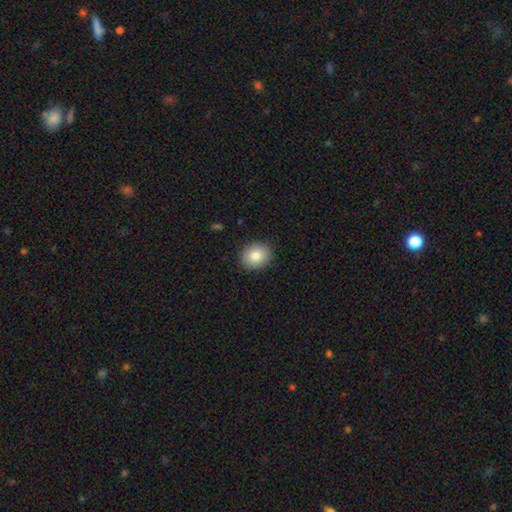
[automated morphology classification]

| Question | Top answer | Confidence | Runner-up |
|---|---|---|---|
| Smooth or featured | smooth | 83% | star or artifact (8%) |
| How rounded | round | 67% | in between (32%) |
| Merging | none | 90% | minor disturbance (7%) |